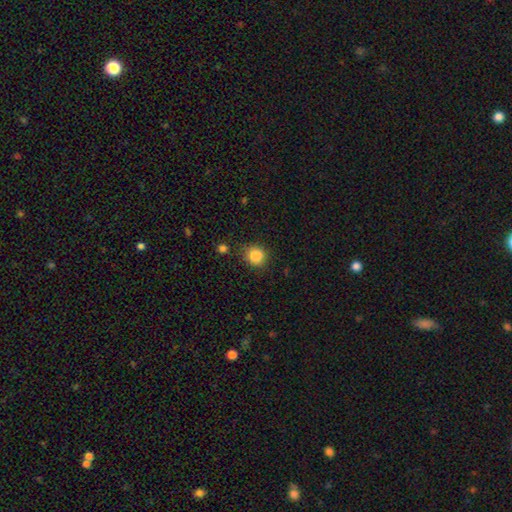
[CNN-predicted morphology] Smooth or featured?
  - smooth: 86% *
  - star or artifact: 10%
  - featured or disk: 4%
How rounded?
  - round: 85% *
  - in between: 14%
  - cigar-shaped: 1%
Merging?
  - none: 80% *
  - minor disturbance: 13%
  - major disturbance: 4%
  - merger: 3%